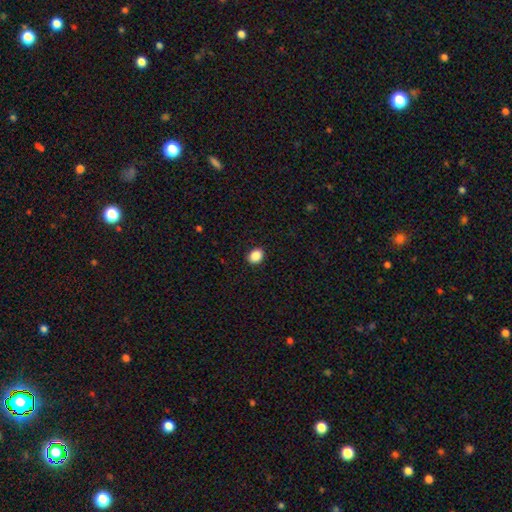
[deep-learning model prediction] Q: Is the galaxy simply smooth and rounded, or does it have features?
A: smooth — 89%.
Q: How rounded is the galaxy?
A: in between — 54%.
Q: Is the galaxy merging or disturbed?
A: none — 90%.